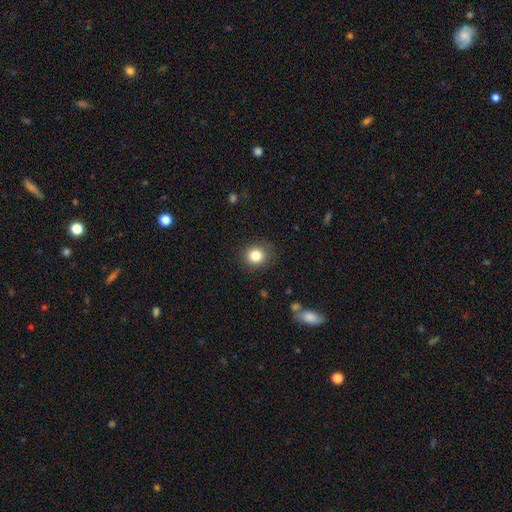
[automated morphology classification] Smooth or featured? Predicted: smooth (p=0.83). How rounded? Predicted: round (p=0.84). Merging? Predicted: none (p=0.87).